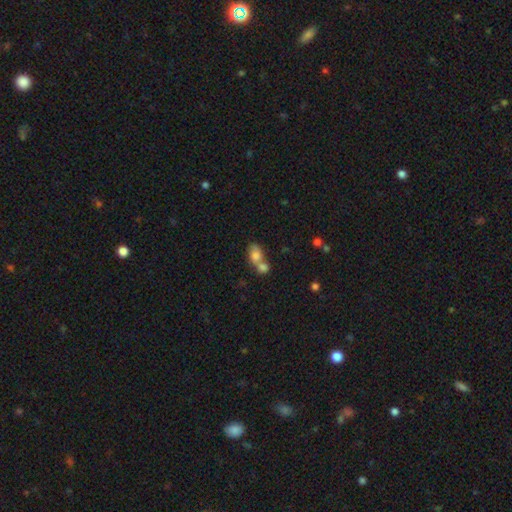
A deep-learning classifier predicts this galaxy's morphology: Overall: smooth (78%). How rounded: in between (76%). Merging: merger (63%; none 24%).